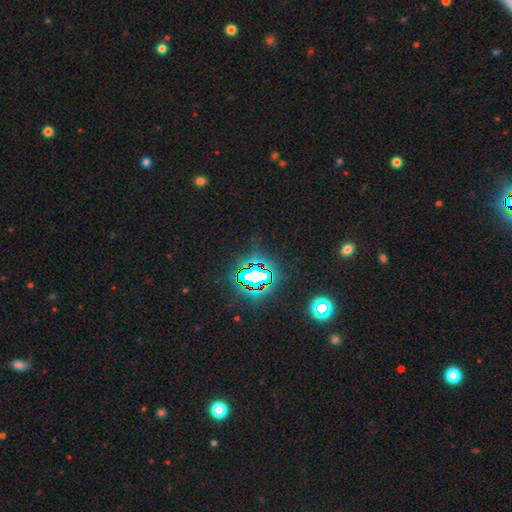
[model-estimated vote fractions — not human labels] The model was most divided on "smooth or featured": star or artifact: 79%, smooth: 13%, featured or disk: 8%.